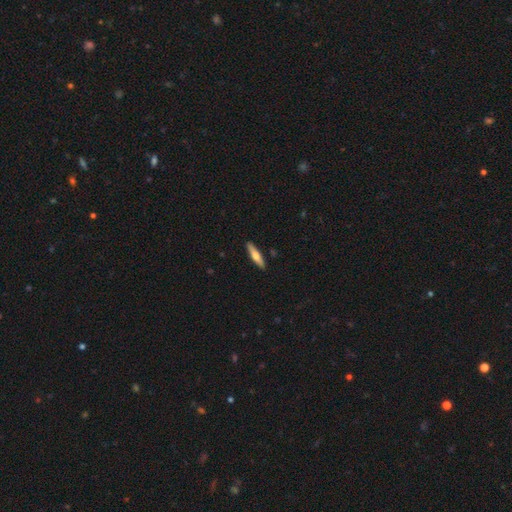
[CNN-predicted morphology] This appears to be a smooth galaxy with no disk features (50%). Merging: none (91%).